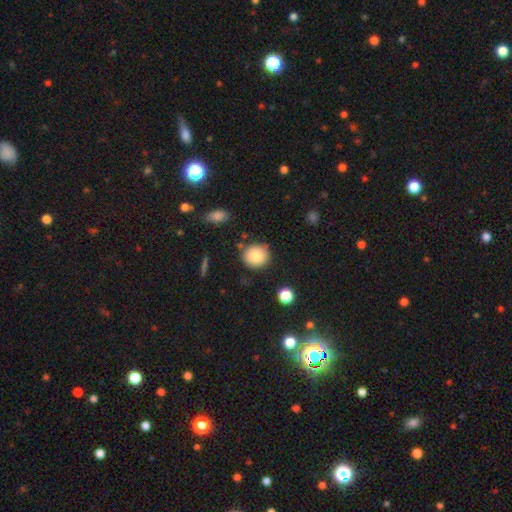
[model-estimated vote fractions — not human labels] This appears to be a smooth galaxy with no disk features (85%) that is round (87%). Merging: none (83%).